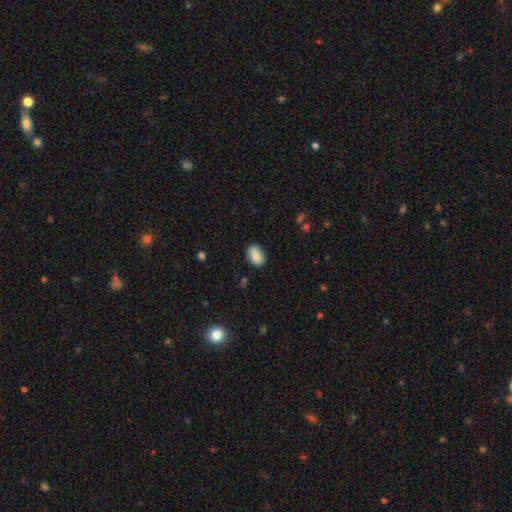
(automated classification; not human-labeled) Q: Smooth or featured?
A: smooth (84%); runner-up: featured or disk (8%)
Q: How rounded?
A: in between (84%); runner-up: round (15%)
Q: Merging?
A: none (81%); runner-up: minor disturbance (14%)